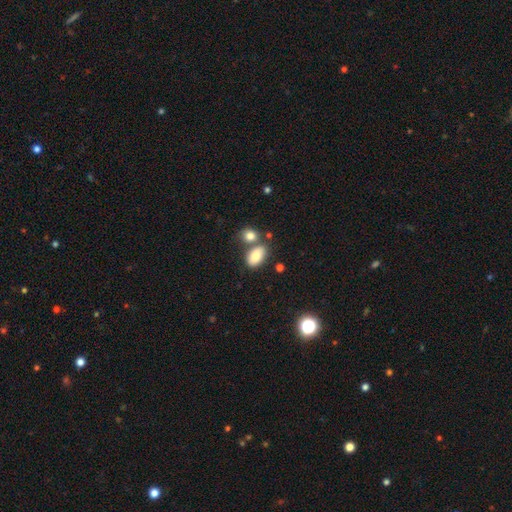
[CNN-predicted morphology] This appears to be a smooth galaxy with no disk features (83%) that is in between round and cigar-shaped (90%). Merging: none (56%).